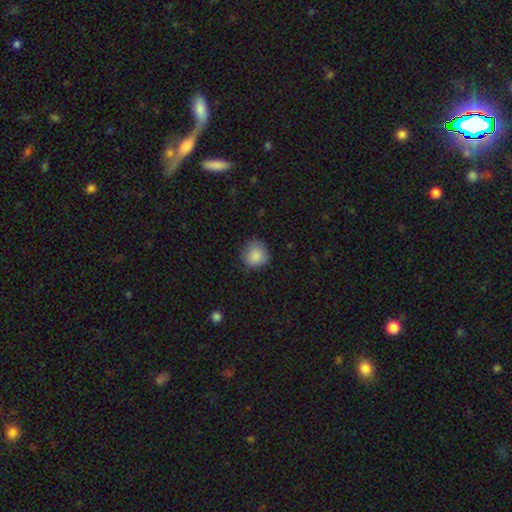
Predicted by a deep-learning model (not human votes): A smooth galaxy with no disk features (87%) that is round (88%). Merging: none (80%).